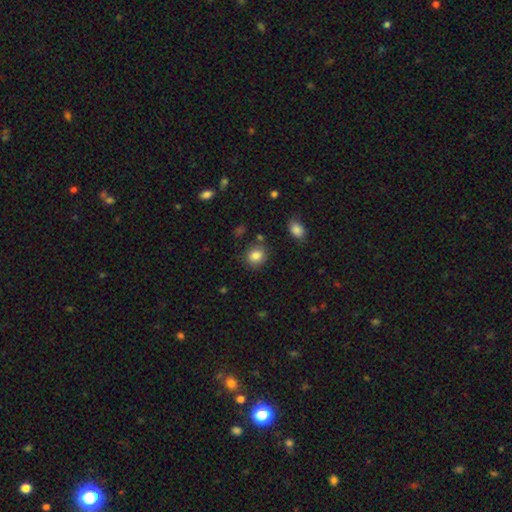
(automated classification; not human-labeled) Morphology: type=smooth (84%); roundness=round (76%); merging=none (82%).